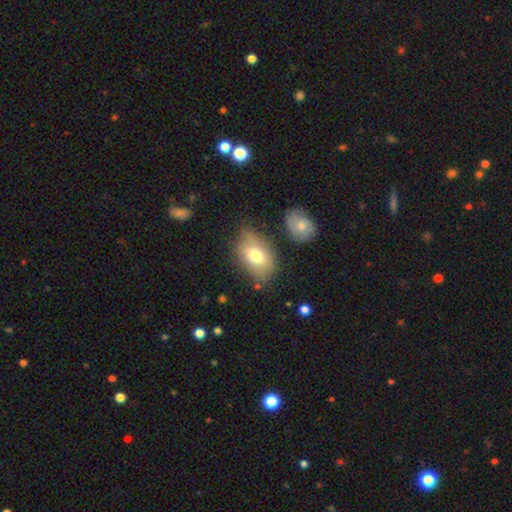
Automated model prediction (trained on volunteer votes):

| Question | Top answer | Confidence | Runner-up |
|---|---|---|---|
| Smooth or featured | smooth | 72% | featured or disk (20%) |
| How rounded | in between | 85% | round (14%) |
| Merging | none | 67% | minor disturbance (21%) |